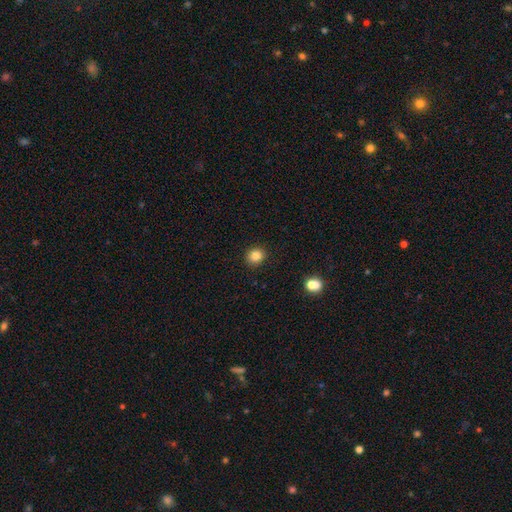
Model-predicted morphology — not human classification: Smooth or featured: smooth — 84% (star or artifact — 11%)
How rounded: round — 79% (in between — 20%)
Merging: none — 91% (minor disturbance — 6%)